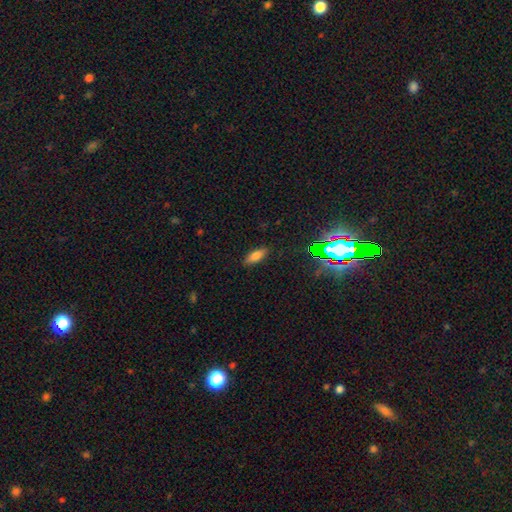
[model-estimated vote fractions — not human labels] Overall: smooth (76%). How rounded: in between (70%). Merging: none (86%).